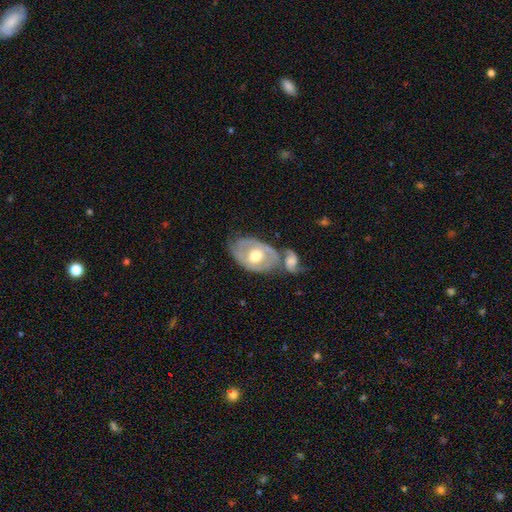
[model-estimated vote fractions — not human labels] A featured or disk galaxy (64%) with no bar (79%), no spiral arms (51%) and a moderate central bulge (63%).

Vote fractions:
- Smooth or featured? featured or disk: 64% / smooth: 31% / star or artifact: 5%
- Edge-on disk? no: 93% / yes: 7%
- Bar? no: 79% / weak: 16% / strong: 5%
- Spiral arms? no: 51% / yes: 49%
- Bulge size? moderate: 63% / large: 28% / small: 5% / dominant: 2% / none: 1%
- Merging? none: 41% / merger: 30% / minor disturbance: 19% / major disturbance: 10%